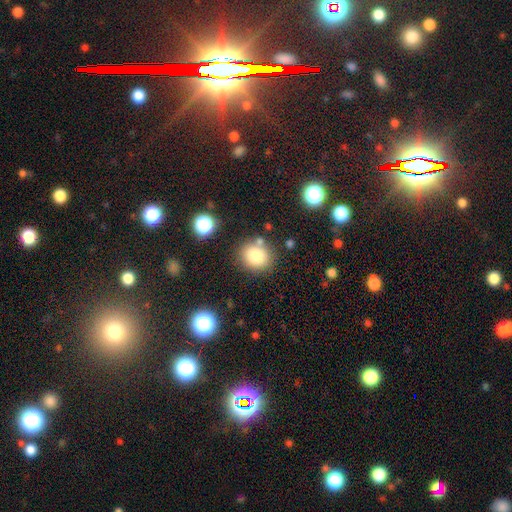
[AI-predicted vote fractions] smooth 80%, star or artifact 12%, featured or disk 8%. Down the decision tree: how rounded — round (79%); merging — none (77%).